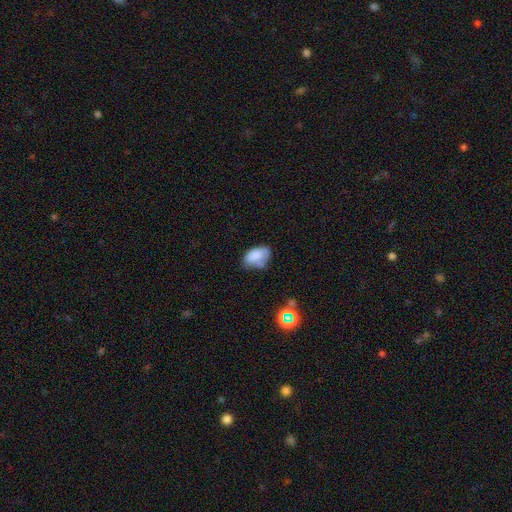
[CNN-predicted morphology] Smooth or featured? Predicted: smooth (p=0.78). How rounded? Predicted: in between (p=0.91). Merging? Predicted: none (p=0.45).